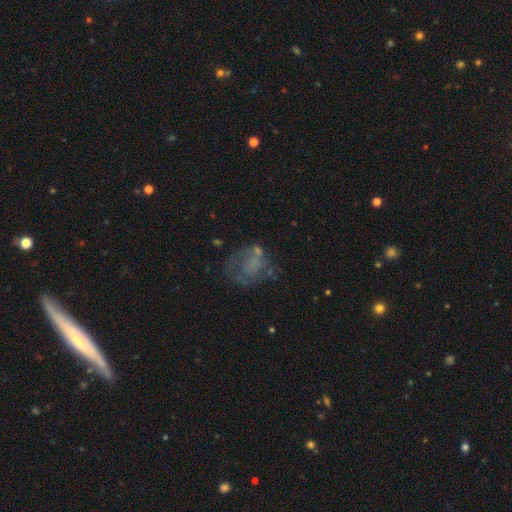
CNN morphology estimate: Smooth or featured? Predicted: featured or disk (p=0.49). Merging? Predicted: none (p=0.42).